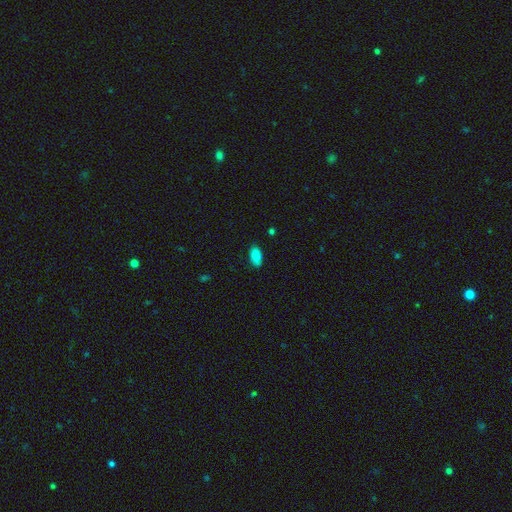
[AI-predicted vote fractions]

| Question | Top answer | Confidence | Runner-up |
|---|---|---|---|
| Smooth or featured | smooth | 86% | star or artifact (9%) |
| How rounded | in between | 94% | cigar-shaped (3%) |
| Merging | none | 80% | minor disturbance (15%) |